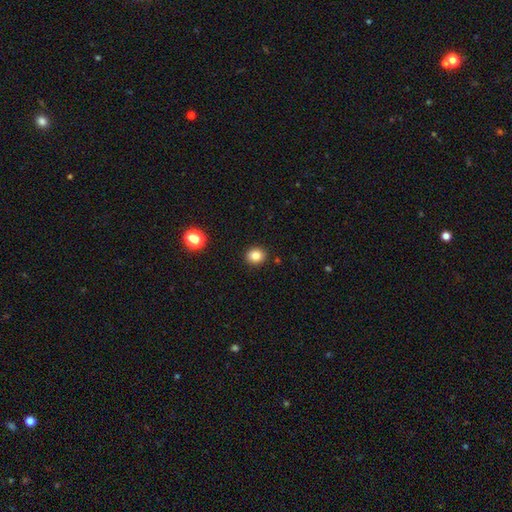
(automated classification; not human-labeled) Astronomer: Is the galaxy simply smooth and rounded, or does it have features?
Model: smooth — 83%.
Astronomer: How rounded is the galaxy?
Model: round — 76%.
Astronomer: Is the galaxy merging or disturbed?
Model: none — 91%.